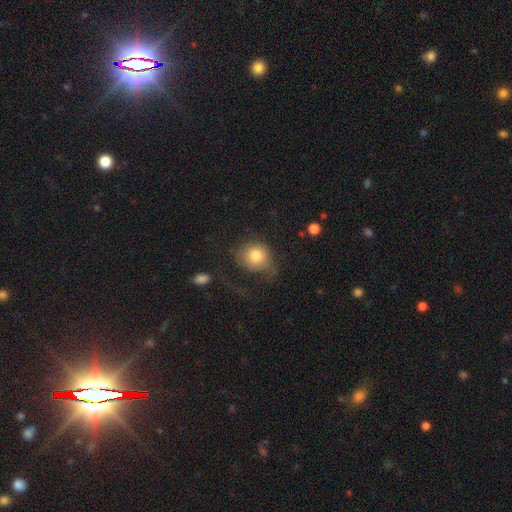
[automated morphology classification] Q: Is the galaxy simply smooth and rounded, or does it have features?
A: smooth — 77%.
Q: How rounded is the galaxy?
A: round — 78%.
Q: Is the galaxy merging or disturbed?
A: none — 40%.